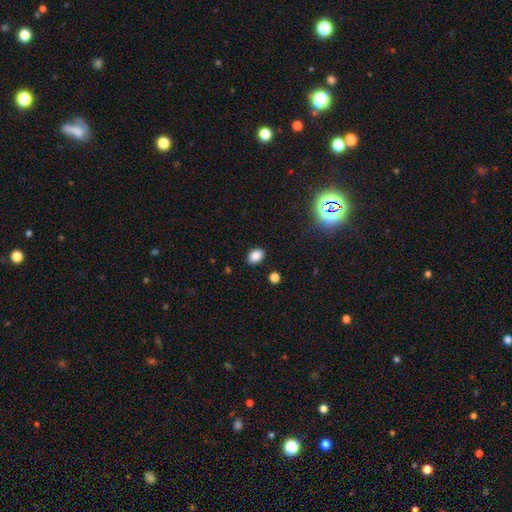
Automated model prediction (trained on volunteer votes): A smooth galaxy with no disk features (86%) that is in between round and cigar-shaped (80%).

Vote fractions:
- Smooth or featured? smooth: 86% / star or artifact: 10% / featured or disk: 4%
- How rounded? in between: 80% / round: 19% / cigar-shaped: 1%
- Merging? none: 88% / minor disturbance: 8% / major disturbance: 2% / merger: 2%